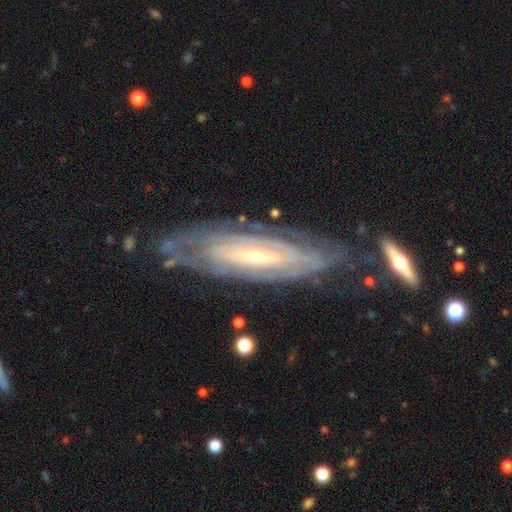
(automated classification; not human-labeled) A featured or disk galaxy (85%) with no bar (47%), tight (77%) spiral arms (92%) and a small central bulge (74%). Merging: none (72%).